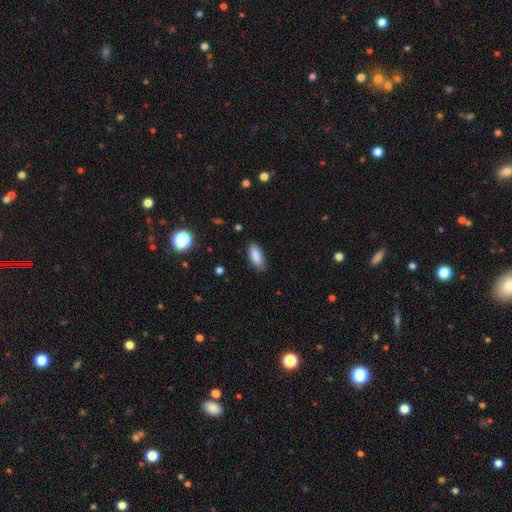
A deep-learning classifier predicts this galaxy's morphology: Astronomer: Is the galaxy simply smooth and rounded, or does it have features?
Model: smooth — 87%.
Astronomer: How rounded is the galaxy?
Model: in between — 86%.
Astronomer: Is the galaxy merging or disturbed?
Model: none — 80%.